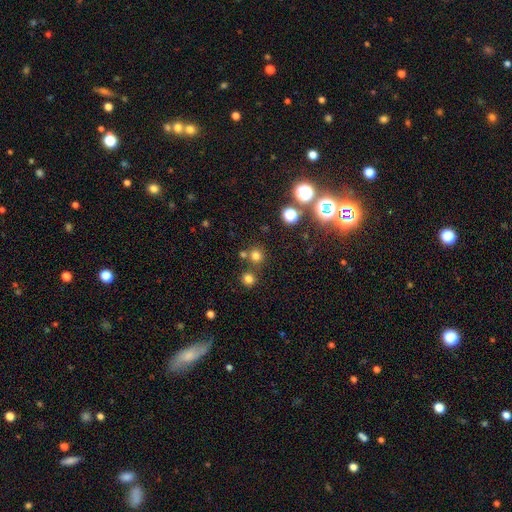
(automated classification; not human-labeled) Smooth or featured? smooth (70%)
How rounded? round (91%)
Merging? none (73%)